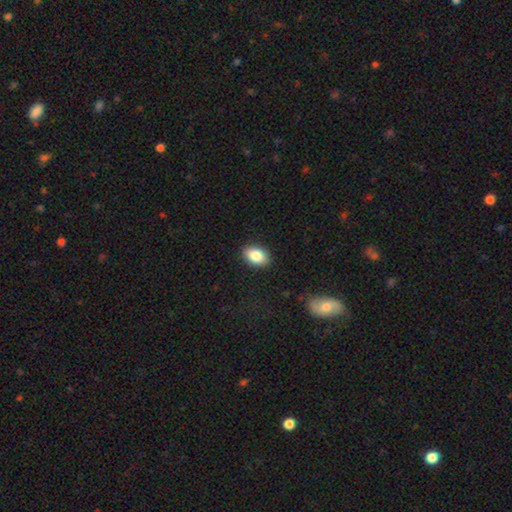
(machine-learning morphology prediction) Smooth or featured? Predicted: smooth (p=0.86). How rounded? Predicted: in between (p=0.88). Merging? Predicted: none (p=0.88).